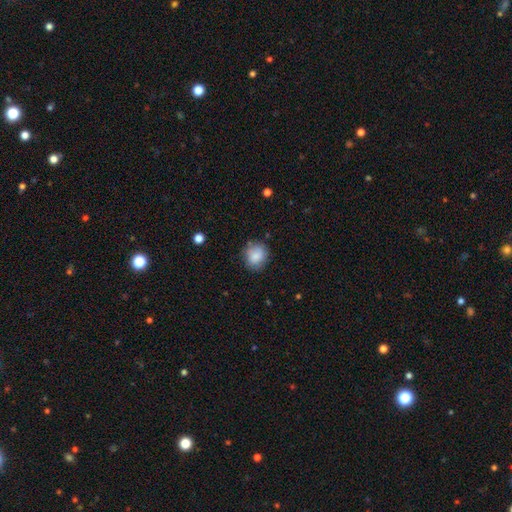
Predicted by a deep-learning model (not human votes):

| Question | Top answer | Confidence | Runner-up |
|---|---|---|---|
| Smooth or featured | smooth | 83% | featured or disk (9%) |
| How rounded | round | 80% | in between (19%) |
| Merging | none | 78% | minor disturbance (16%) |